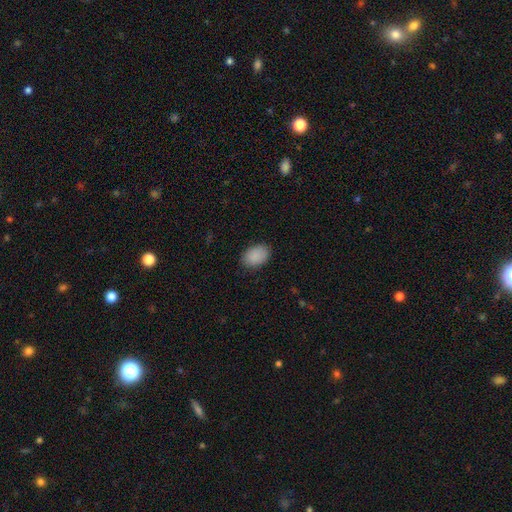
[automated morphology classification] Q: Smooth or featured?
A: smooth (90%); runner-up: star or artifact (7%)
Q: How rounded?
A: in between (87%); runner-up: round (12%)
Q: Merging?
A: none (85%); runner-up: minor disturbance (11%)